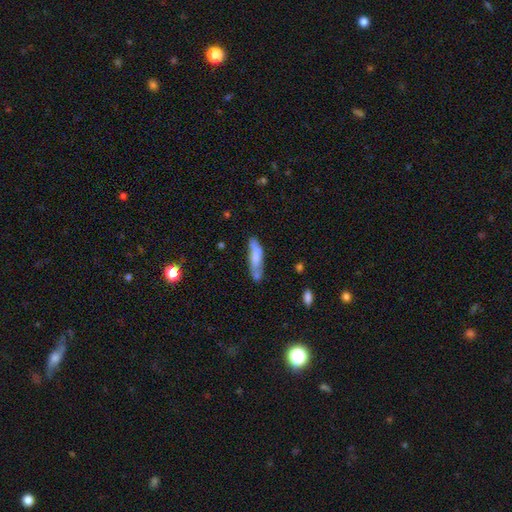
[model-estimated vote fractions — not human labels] This appears to be a smooth galaxy with no disk features (66%) that is cigar-shaped (71%). Merging: none (56%).